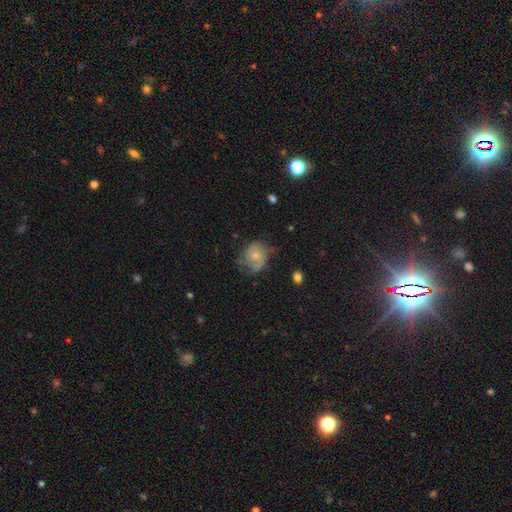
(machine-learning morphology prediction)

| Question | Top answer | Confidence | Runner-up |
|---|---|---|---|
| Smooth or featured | featured or disk | 49% | smooth (43%) |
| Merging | none | 46% | minor disturbance (32%) |